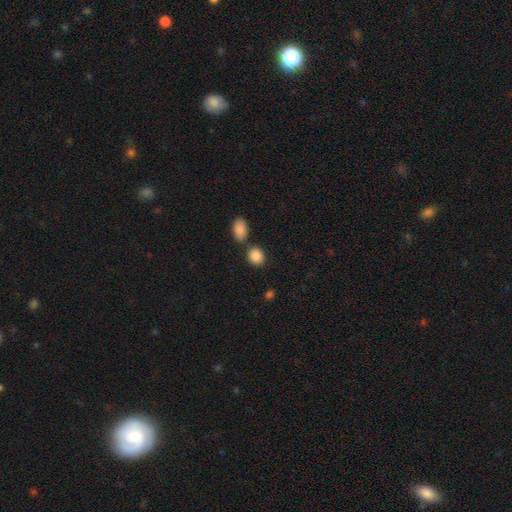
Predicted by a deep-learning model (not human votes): Q: Smooth or featured?
A: smooth (86%); runner-up: star or artifact (8%)
Q: How rounded?
A: round (55%); runner-up: in between (44%)
Q: Merging?
A: none (72%); runner-up: merger (15%)